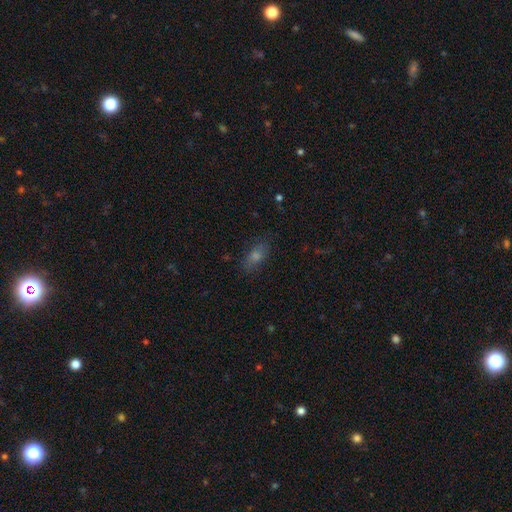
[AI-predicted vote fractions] smooth_or_featured: smooth (p=0.58) [alt: star or artifact p=0.23]
how_rounded: in between (p=0.77) [alt: cigar-shaped p=0.12]
merging: none (p=0.83) [alt: minor disturbance p=0.12]